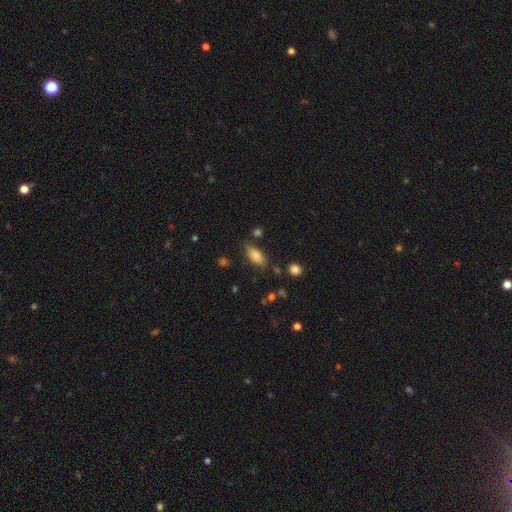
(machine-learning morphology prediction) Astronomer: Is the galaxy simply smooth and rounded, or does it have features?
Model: smooth — 85%.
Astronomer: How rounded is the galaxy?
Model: in between — 89%.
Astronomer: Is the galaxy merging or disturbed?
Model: none — 75%.